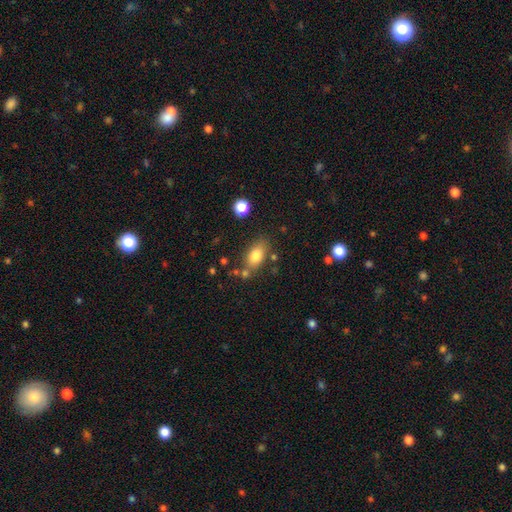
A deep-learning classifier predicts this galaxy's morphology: smooth_or_featured: smooth (p=0.80) [alt: featured or disk p=0.12]
how_rounded: in between (p=0.86) [alt: round p=0.10]
merging: none (p=0.70) [alt: minor disturbance p=0.16]